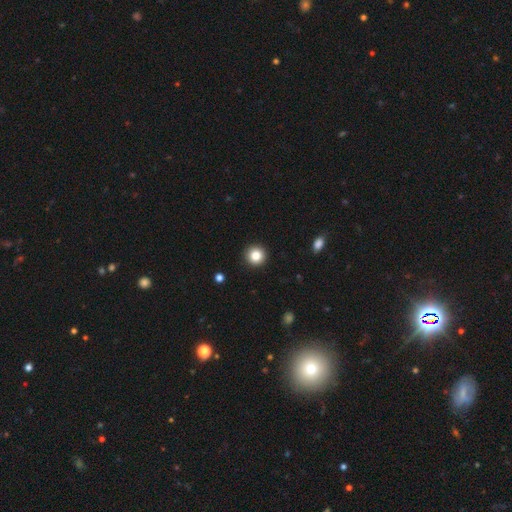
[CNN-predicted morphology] A smooth galaxy with no disk features (85%) that is round (95%).

Vote fractions:
- Smooth or featured? smooth: 85% / star or artifact: 10% / featured or disk: 5%
- How rounded? round: 95% / in between: 4% / cigar-shaped: 1%
- Merging? none: 92% / minor disturbance: 5% / major disturbance: 2% / merger: 1%